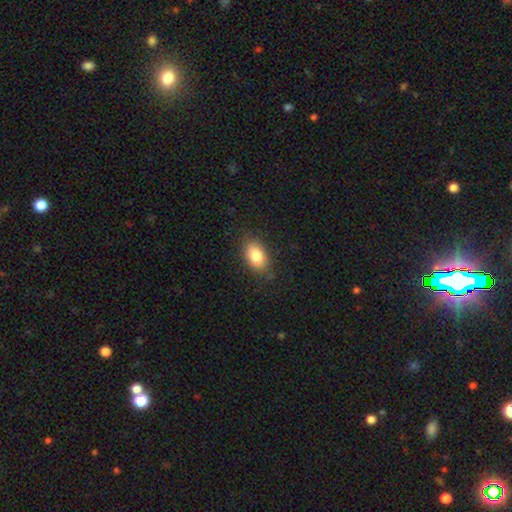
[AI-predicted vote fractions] Smooth or featured: smooth — 81% (featured or disk — 11%)
How rounded: in between — 88% (round — 10%)
Merging: none — 81% (minor disturbance — 14%)